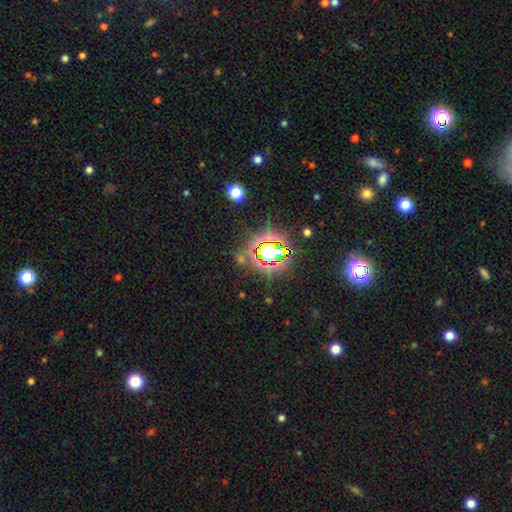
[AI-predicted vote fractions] Smooth or featured?
  - star or artifact: 83% *
  - smooth: 10%
  - featured or disk: 7%